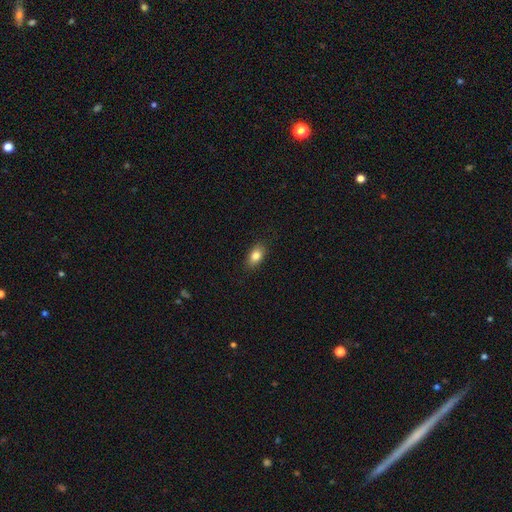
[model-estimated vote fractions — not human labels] A smooth galaxy with no disk features (83%) that is in between round and cigar-shaped (87%). Merging: none (87%).